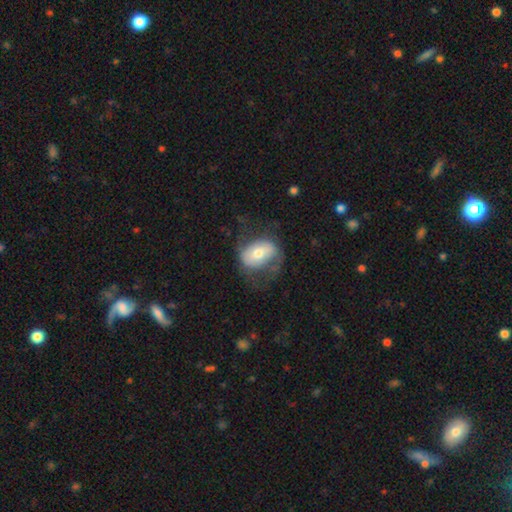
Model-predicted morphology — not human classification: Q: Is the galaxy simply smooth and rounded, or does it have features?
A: featured or disk — 50%.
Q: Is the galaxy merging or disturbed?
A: none — 55%.